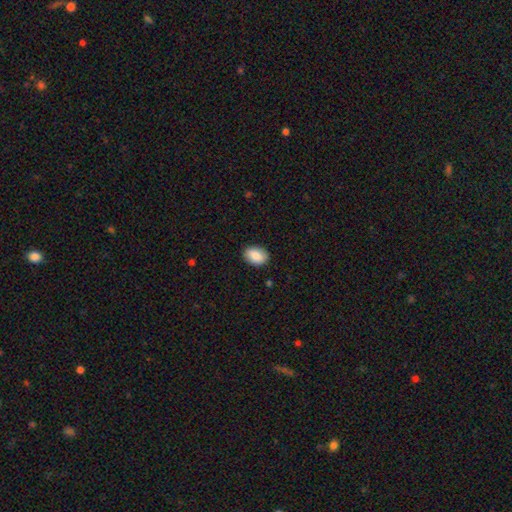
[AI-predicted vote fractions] smooth_or_featured: smooth (p=0.85) [alt: featured or disk p=0.08]
how_rounded: in between (p=0.81) [alt: round p=0.18]
merging: none (p=0.88) [alt: minor disturbance p=0.09]